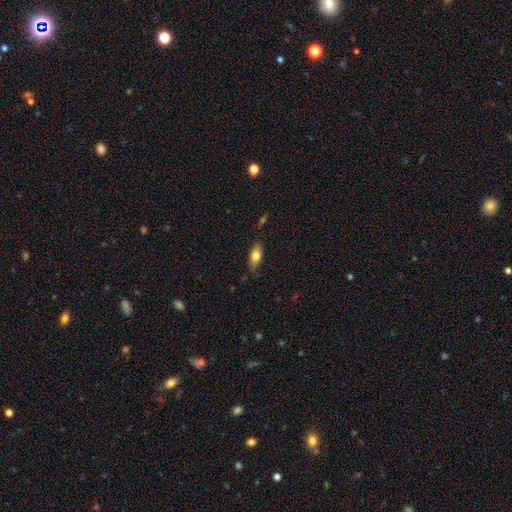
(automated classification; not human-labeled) A smooth galaxy with no disk features (73%) that is in between round and cigar-shaped (79%). Merging: none (78%).